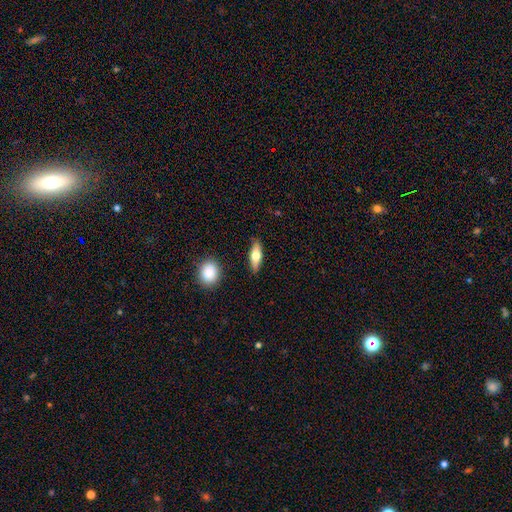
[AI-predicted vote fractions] Overall: smooth (60%; featured or disk 34%). How rounded: in between (59%; cigar-shaped 36%). Merging: none (85%).